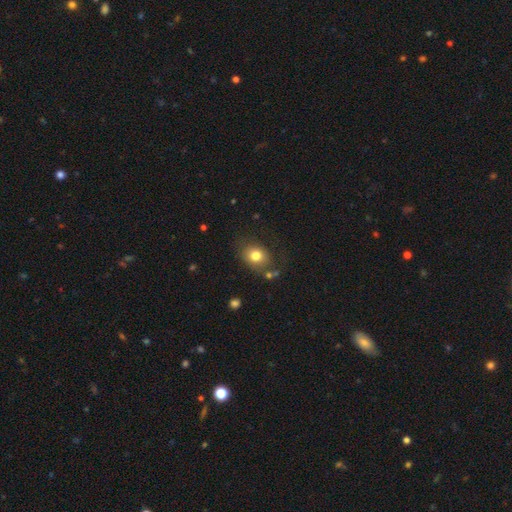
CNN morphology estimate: The model was most divided on "how rounded": round: 51%, in between: 48%, cigar-shaped: 1%. More confident: smooth or featured — smooth (78%); merging — none (73%).